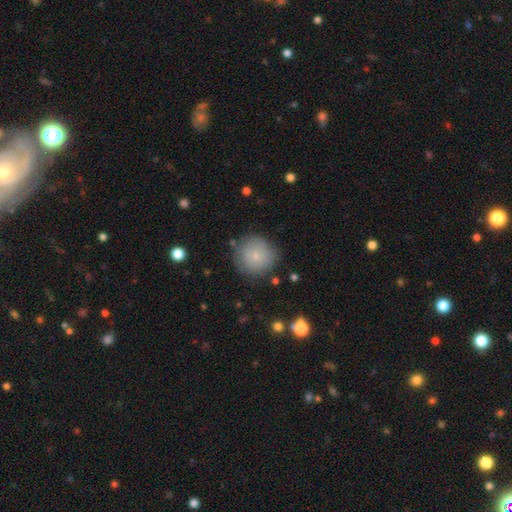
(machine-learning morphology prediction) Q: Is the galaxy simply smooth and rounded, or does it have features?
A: smooth — 81%.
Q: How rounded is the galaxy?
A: round — 94%.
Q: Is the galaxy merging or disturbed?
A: none — 81%.